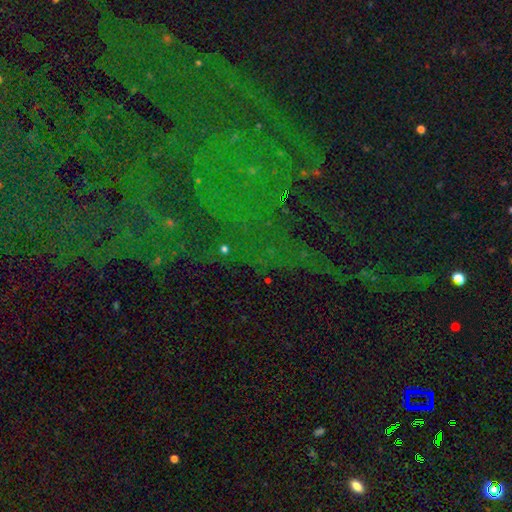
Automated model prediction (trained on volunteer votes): Overall: star or artifact (80%).